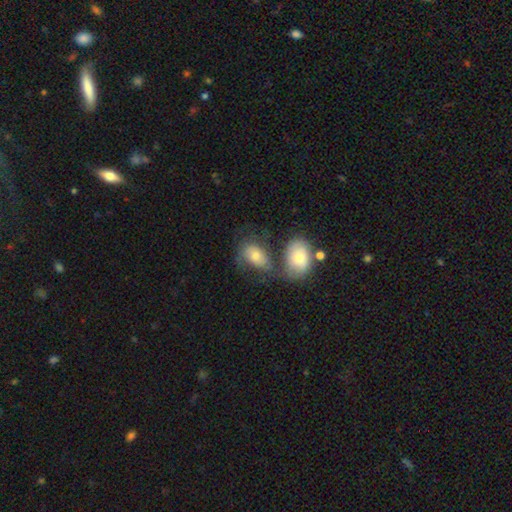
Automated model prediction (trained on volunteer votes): Smooth or featured: smooth — 61% (featured or disk — 31%)
How rounded: in between — 83% (round — 15%)
Merging: merger — 37% (none — 31%)